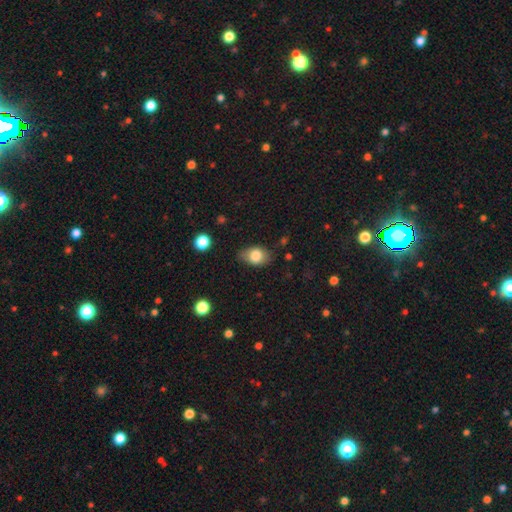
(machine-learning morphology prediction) smooth_or_featured: smooth (p=0.80) [alt: featured or disk p=0.12]
how_rounded: in between (p=0.80) [alt: round p=0.19]
merging: none (p=0.73) [alt: minor disturbance p=0.20]